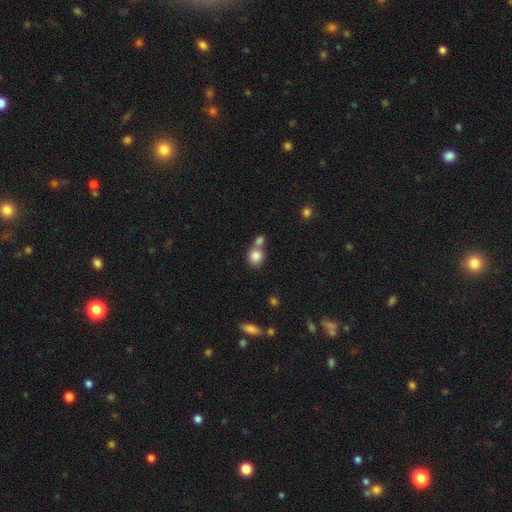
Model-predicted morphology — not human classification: Smooth or featured: smooth — 84% (star or artifact — 9%)
How rounded: round — 75% (in between — 24%)
Merging: none — 46% (merger — 42%)